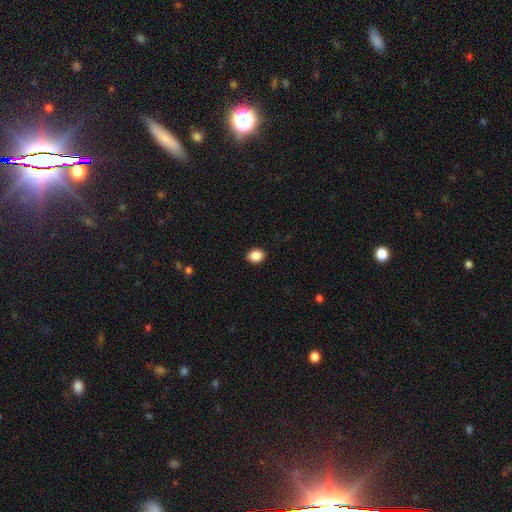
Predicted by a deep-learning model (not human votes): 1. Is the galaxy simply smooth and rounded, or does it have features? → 88% smooth, 8% star or artifact, 3% featured or disk.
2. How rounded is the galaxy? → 56% in between, 43% round, 1% cigar-shaped.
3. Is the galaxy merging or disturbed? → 90% none, 7% minor disturbance, 2% major disturbance, 1% merger.